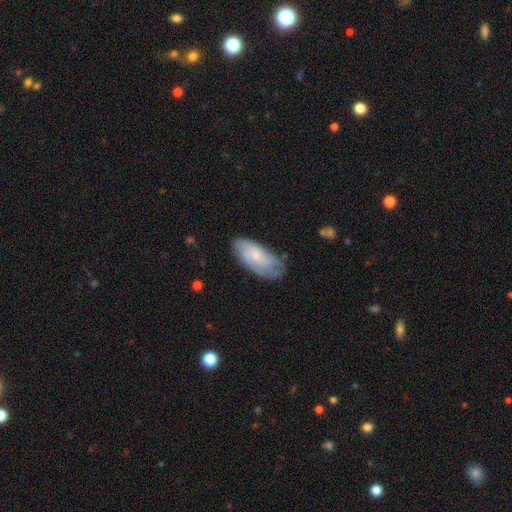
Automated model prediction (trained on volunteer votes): Q: Smooth or featured?
A: featured or disk (49%); runner-up: smooth (44%)
Q: Merging?
A: none (61%); runner-up: minor disturbance (28%)